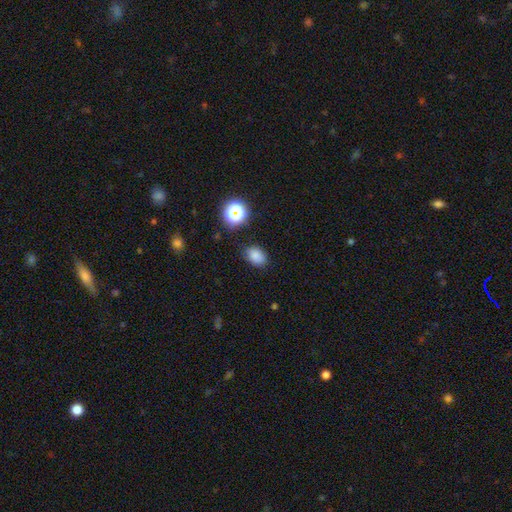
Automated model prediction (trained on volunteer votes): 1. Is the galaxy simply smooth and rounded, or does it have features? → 81% smooth, 14% star or artifact, 5% featured or disk.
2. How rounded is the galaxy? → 73% in between, 26% round, 1% cigar-shaped.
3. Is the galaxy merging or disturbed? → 80% none, 14% minor disturbance, 4% major disturbance, 2% merger.